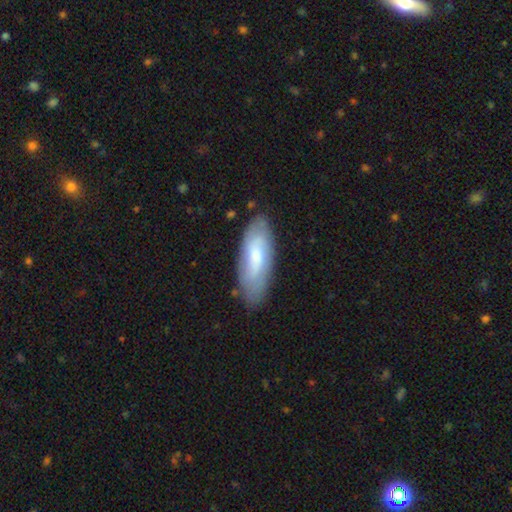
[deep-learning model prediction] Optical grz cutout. It shows a smooth galaxy with no disk features (58%) that is in between round and cigar-shaped (71%). Merging: none (77%).